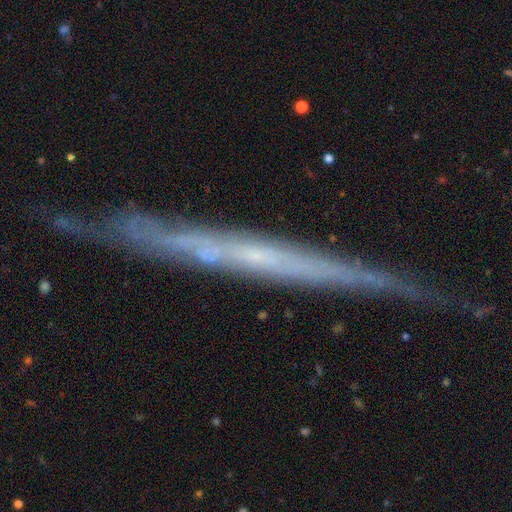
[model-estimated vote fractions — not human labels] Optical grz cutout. It shows a featured or disk galaxy (75%) viewed edge-on (93%) with no central bulge (81%). Merging: none (77%).